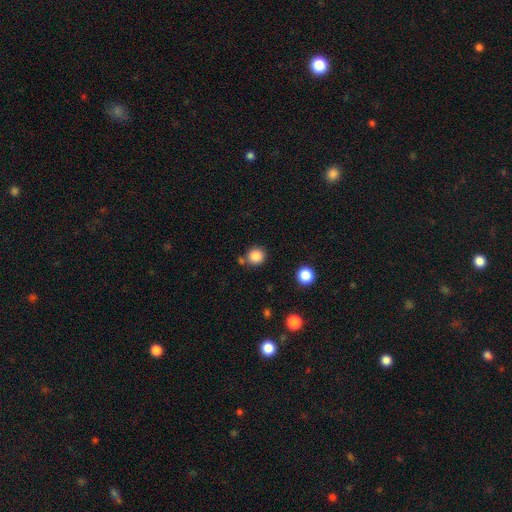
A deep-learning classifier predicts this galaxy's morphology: The model was most divided on "merging": none: 77%, merger: 10%, minor disturbance: 10%, major disturbance: 3%. More confident: how rounded — round (91%); smooth or featured — smooth (85%).